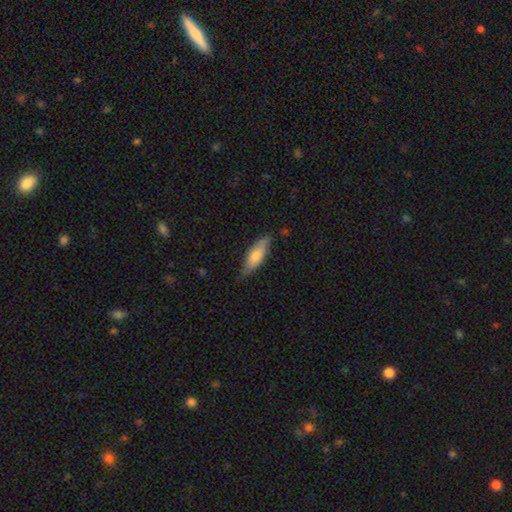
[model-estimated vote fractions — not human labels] Smooth or featured: smooth — 71% (featured or disk — 24%)
How rounded: in between — 54% (cigar-shaped — 45%)
Merging: none — 75% (minor disturbance — 21%)